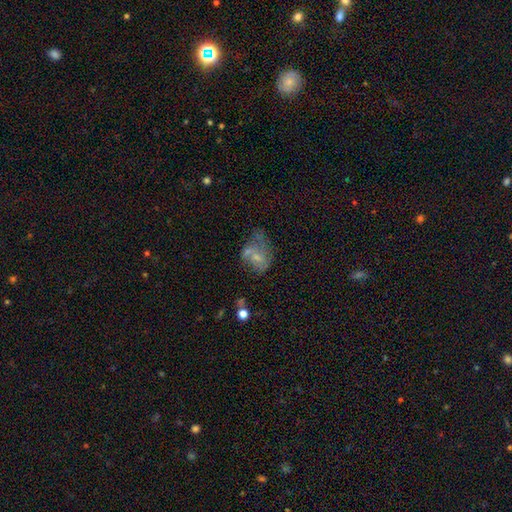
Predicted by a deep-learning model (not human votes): Smooth or featured?
  - featured or disk: 51% *
  - smooth: 36%
  - star or artifact: 13%
Edge-on disk?
  - no: 97% *
  - yes: 3%
Merging?
  - major disturbance: 28% *
  - merger: 27%
  - none: 26%
  - minor disturbance: 20%